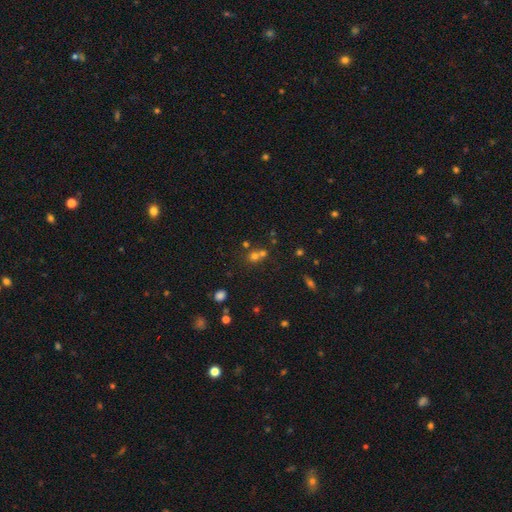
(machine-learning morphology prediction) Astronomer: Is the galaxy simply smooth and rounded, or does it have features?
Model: smooth — 61%.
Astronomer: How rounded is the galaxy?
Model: round — 80%.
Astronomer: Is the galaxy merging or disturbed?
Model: merger — 49% (runner-up: none, 40%).